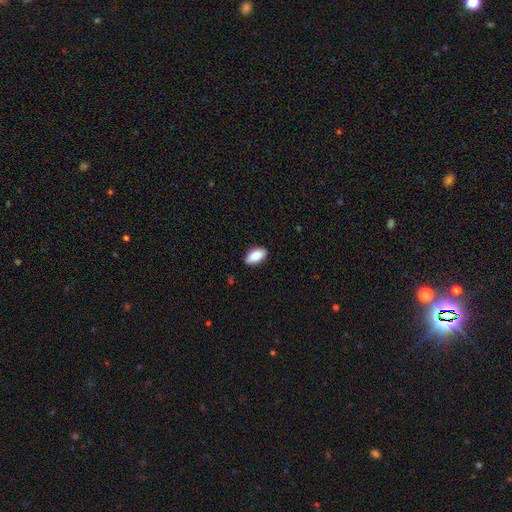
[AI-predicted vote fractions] smooth 86%, featured or disk 8%, star or artifact 7%. Down the decision tree: how rounded — in between (92%); merging — none (87%).